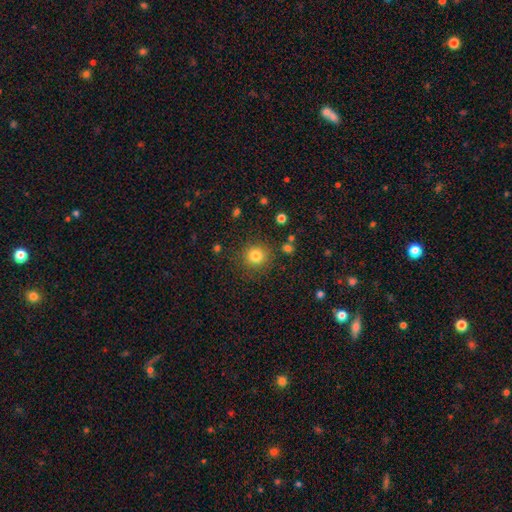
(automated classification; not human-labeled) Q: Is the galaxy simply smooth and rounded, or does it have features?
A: smooth — 81%.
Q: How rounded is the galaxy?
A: round — 93%.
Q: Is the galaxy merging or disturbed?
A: none — 87%.